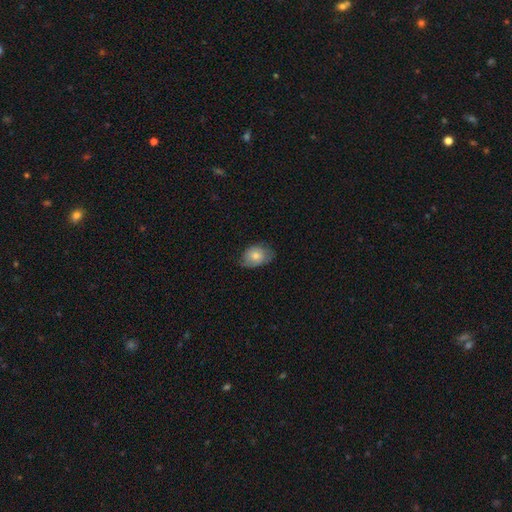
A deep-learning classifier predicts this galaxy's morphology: Smooth or featured?
  - smooth: 75% *
  - featured or disk: 18%
  - star or artifact: 7%
How rounded?
  - in between: 74% *
  - round: 24%
  - cigar-shaped: 1%
Merging?
  - none: 64% *
  - minor disturbance: 29%
  - major disturbance: 6%
  - merger: 1%